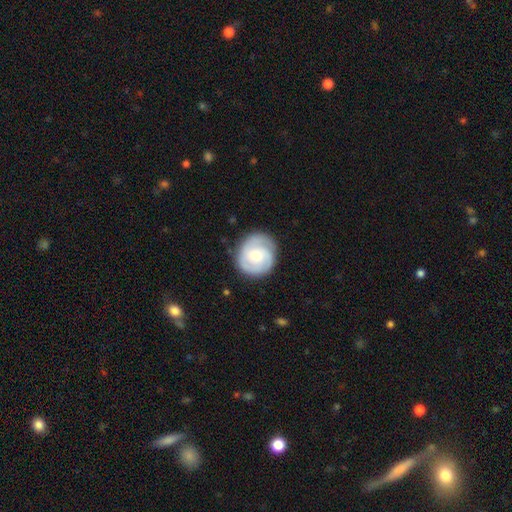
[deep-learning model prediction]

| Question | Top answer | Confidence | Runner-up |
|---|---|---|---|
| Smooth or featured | featured or disk | 67% | smooth (27%) |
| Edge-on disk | no | 98% | yes (2%) |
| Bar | no | 66% | weak (29%) |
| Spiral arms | yes | 91% | no (9%) |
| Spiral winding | tight | 55% | medium (35%) |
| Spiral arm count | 2 | 34% | 3 (29%) |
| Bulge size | moderate | 59% | small (35%) |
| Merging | none | 81% | minor disturbance (14%) |